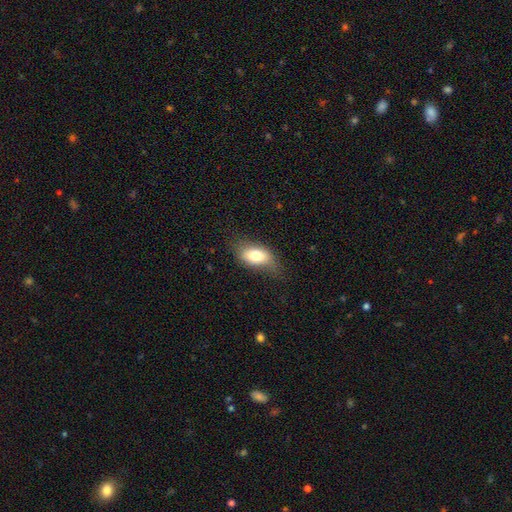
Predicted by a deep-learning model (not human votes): This appears to be a smooth galaxy with no disk features (75%) that is in between round and cigar-shaped (89%). Merging: none (60%).